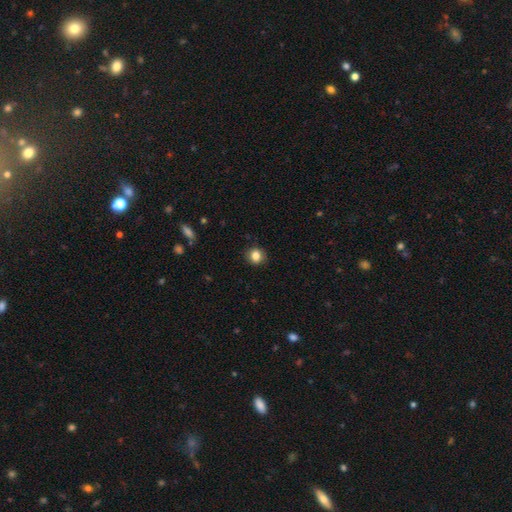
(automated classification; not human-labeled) This is clearly a smooth galaxy (84%). How rounded: clearly round (87%). Merging: clearly none (90%).